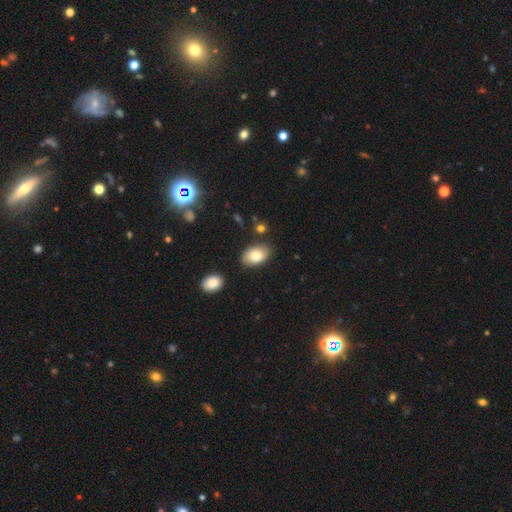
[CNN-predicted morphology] Smooth or featured? Predicted: smooth (p=0.83). How rounded? Predicted: in between (p=0.91). Merging? Predicted: none (p=0.80).